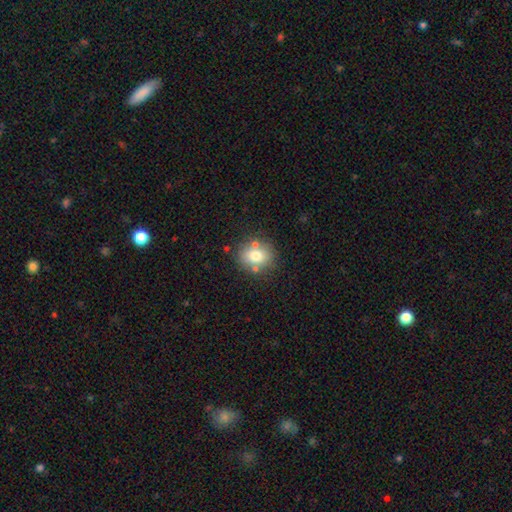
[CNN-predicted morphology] smooth-or-featured: smooth: 75% | featured or disk: 14% | star or artifact: 11%
  how-rounded: round: 63% | in between: 36% | cigar-shaped: 1%
  merging: none: 73% | minor disturbance: 14% | merger: 10% | major disturbance: 4%